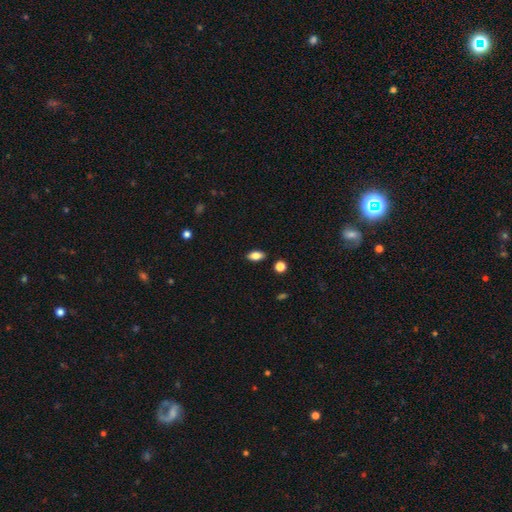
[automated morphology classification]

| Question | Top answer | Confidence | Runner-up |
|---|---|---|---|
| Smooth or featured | smooth | 82% | featured or disk (10%) |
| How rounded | in between | 88% | cigar-shaped (7%) |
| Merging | none | 88% | minor disturbance (9%) |